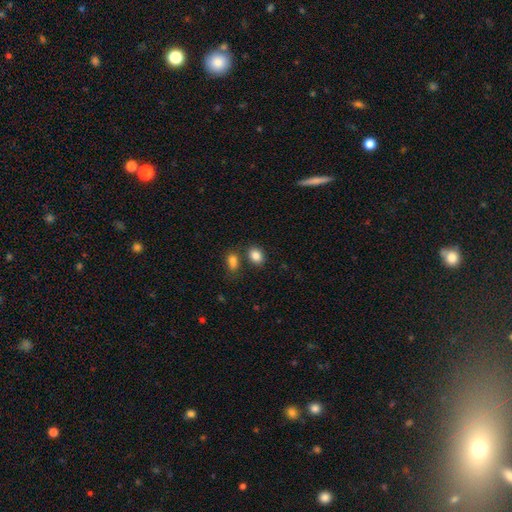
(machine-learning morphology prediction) A smooth galaxy with no disk features (86%) that is in between round and cigar-shaped (69%).

Vote fractions:
- Smooth or featured? smooth: 86% / star or artifact: 9% / featured or disk: 6%
- How rounded? in between: 69% / round: 29% / cigar-shaped: 1%
- Merging? none: 67% / merger: 17% / minor disturbance: 12% / major disturbance: 4%